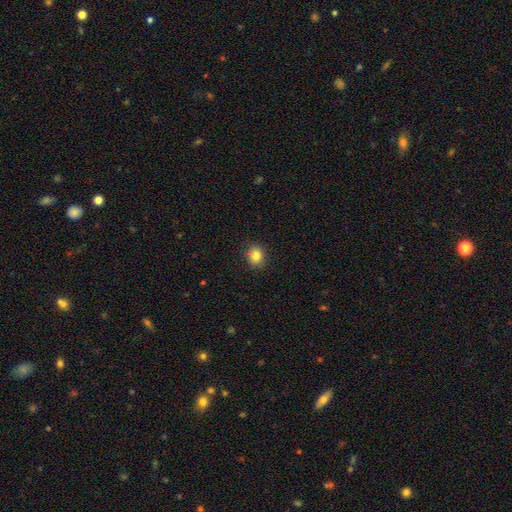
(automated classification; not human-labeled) A smooth galaxy with no disk features (83%) that is round (72%).

Vote fractions:
- Smooth or featured? smooth: 83% / star or artifact: 11% / featured or disk: 6%
- How rounded? round: 72% / in between: 27% / cigar-shaped: 1%
- Merging? none: 90% / minor disturbance: 7% / major disturbance: 2% / merger: 1%